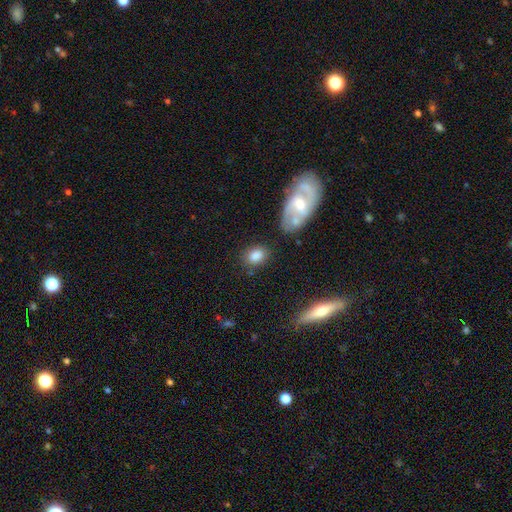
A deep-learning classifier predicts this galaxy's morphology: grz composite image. It shows a smooth galaxy with no disk features (82%) that is in between round and cigar-shaped (68%). Merging: none (73%).